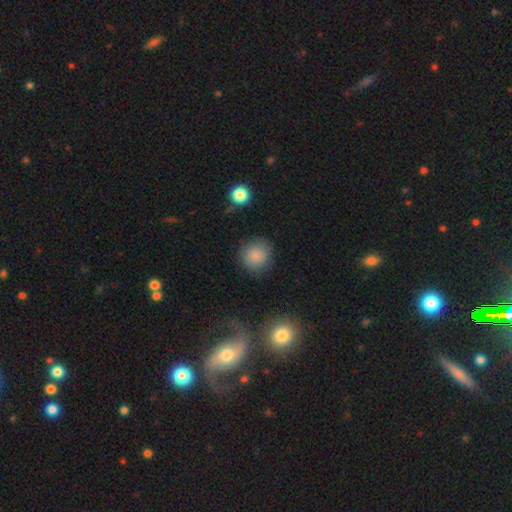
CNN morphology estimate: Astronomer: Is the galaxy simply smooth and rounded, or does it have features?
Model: smooth — 83%.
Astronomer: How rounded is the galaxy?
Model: round — 90%.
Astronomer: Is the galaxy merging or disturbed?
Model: none — 83%.